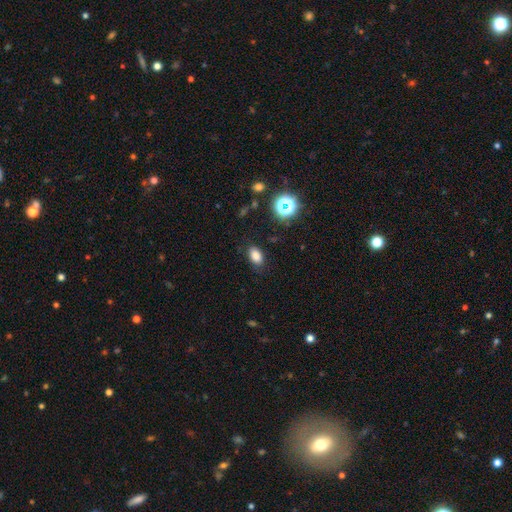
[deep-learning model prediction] Smooth or featured? Predicted: smooth (p=0.80). How rounded? Predicted: in between (p=0.86). Merging? Predicted: none (p=0.85).